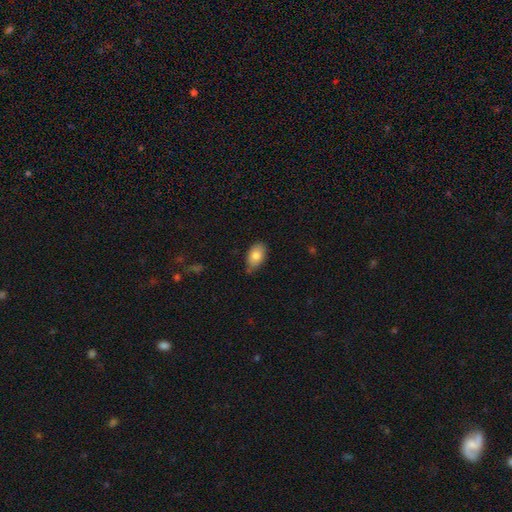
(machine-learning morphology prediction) Smooth or featured?
  - smooth: 82% *
  - featured or disk: 11%
  - star or artifact: 7%
How rounded?
  - in between: 91% *
  - round: 7%
  - cigar-shaped: 2%
Merging?
  - none: 75% *
  - minor disturbance: 21%
  - major disturbance: 3%
  - merger: 2%